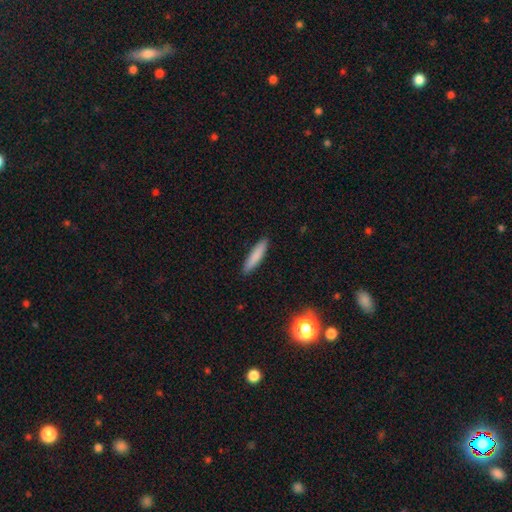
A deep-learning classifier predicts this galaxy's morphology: A smooth galaxy with no disk features (83%) that is cigar-shaped (84%). Merging: none (90%).